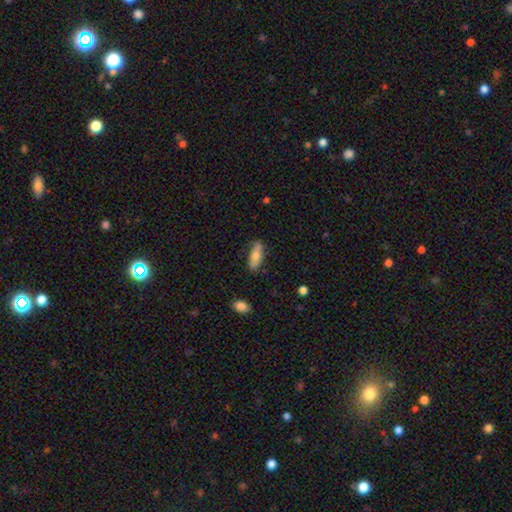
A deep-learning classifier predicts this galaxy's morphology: Overall: smooth (67%). How rounded: in between (69%). Merging: none (79%).